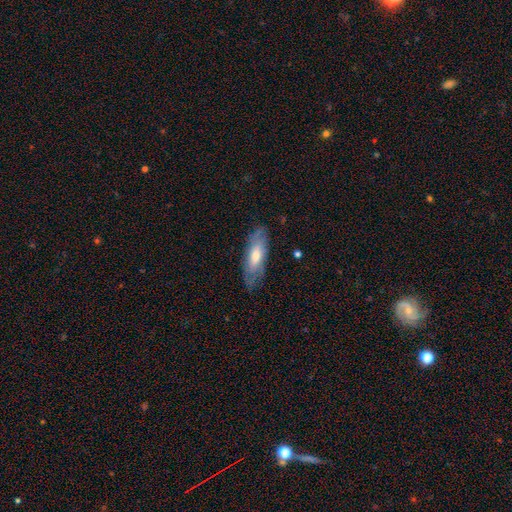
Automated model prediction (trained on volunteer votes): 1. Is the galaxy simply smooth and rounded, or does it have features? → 52% smooth, 42% featured or disk, 6% star or artifact.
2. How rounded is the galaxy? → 60% in between, 38% cigar-shaped, 2% round.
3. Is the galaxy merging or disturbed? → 76% none, 18% minor disturbance, 5% major disturbance, 1% merger.